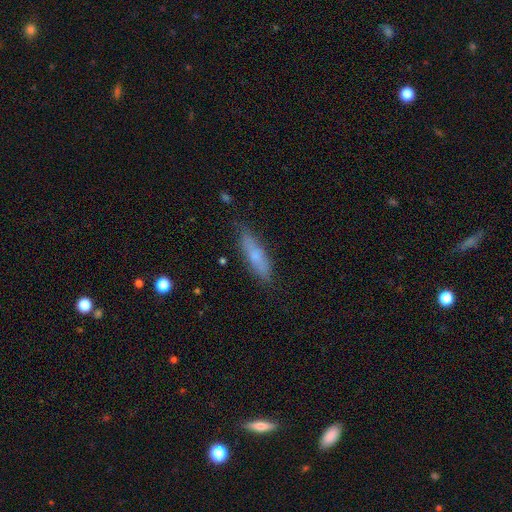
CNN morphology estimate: A smooth galaxy with no disk features (66%) that is cigar-shaped (69%).

Vote fractions:
- Smooth or featured? smooth: 66% / featured or disk: 27% / star or artifact: 7%
- How rounded? cigar-shaped: 69% / in between: 29% / round: 2%
- Merging? none: 79% / minor disturbance: 16% / major disturbance: 3% / merger: 2%